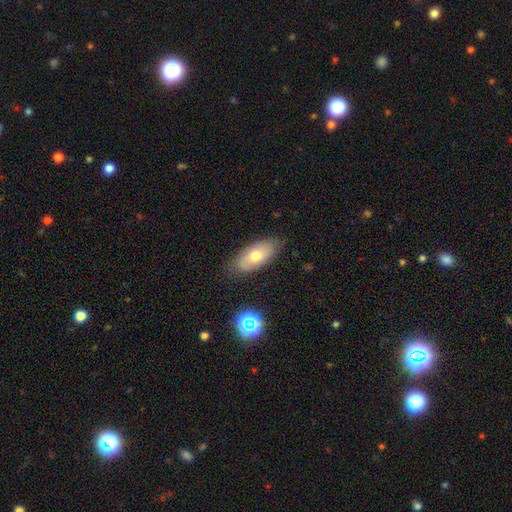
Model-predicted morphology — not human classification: The model was most divided on "smooth or featured": smooth: 68%, featured or disk: 24%, star or artifact: 8%. More confident: how rounded — in between (86%); merging — none (79%).